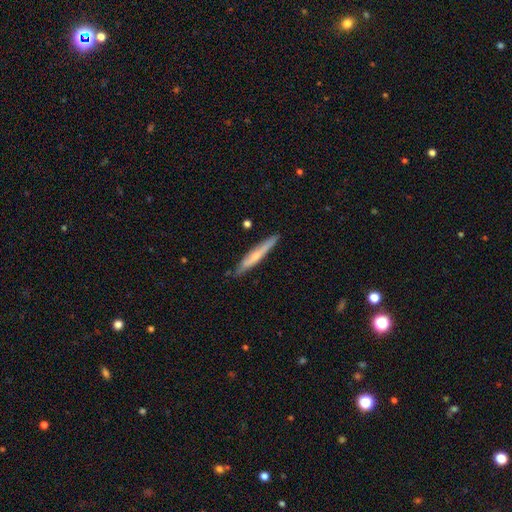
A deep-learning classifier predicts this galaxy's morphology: smooth_or_featured: featured or disk (p=0.48) [alt: smooth p=0.46]
merging: none (p=0.85) [alt: minor disturbance p=0.11]